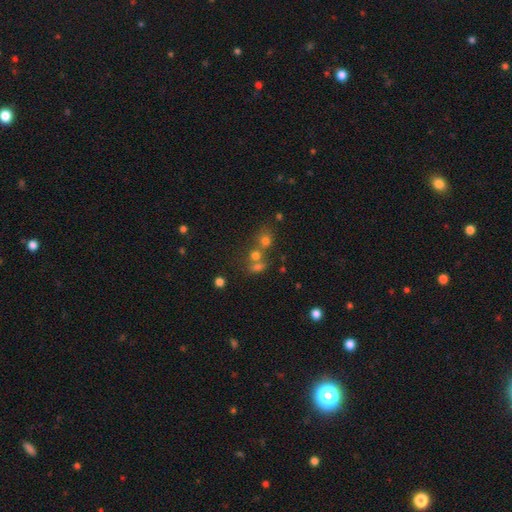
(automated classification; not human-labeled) This appears to be a smooth galaxy with no disk features (61%) that is round (68%). Merging: merger (45%).